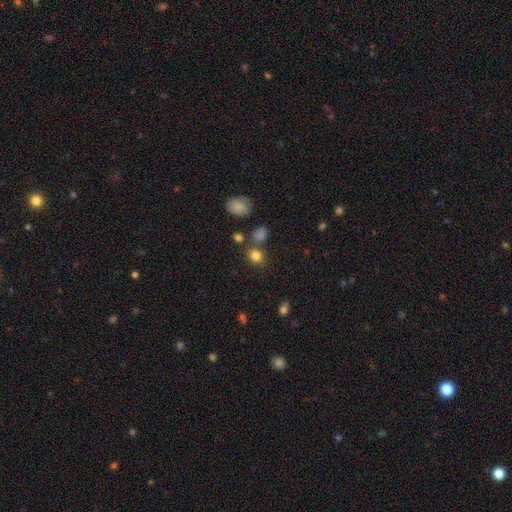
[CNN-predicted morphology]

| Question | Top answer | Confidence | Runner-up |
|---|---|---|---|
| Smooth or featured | smooth | 81% | star or artifact (13%) |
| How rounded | round | 63% | in between (35%) |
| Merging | none | 71% | merger (13%) |